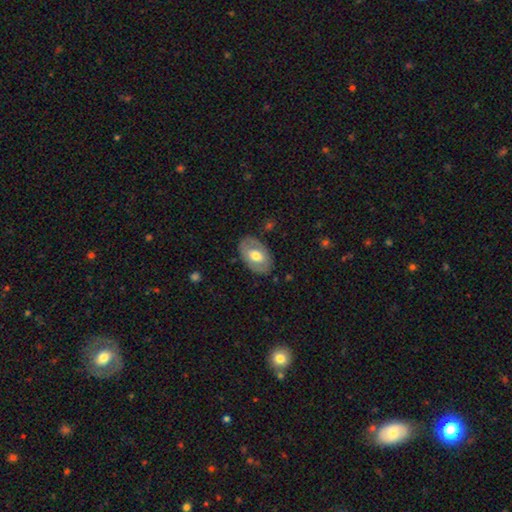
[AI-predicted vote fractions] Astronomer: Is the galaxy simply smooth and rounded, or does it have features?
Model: smooth — 50% (runner-up: featured or disk, 45%).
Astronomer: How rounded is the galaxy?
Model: in between — 88%.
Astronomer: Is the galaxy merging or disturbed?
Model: none — 80%.